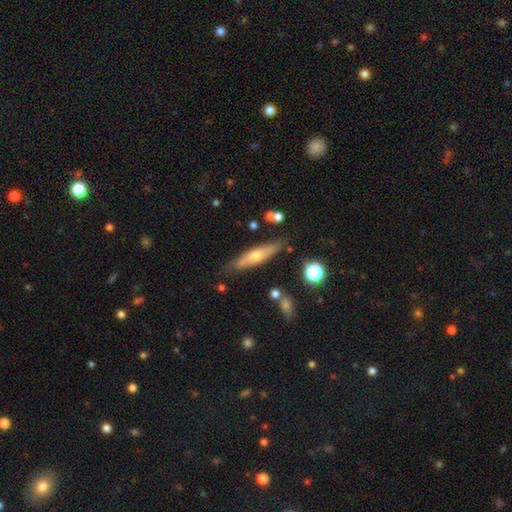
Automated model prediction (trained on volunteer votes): Smooth or featured: featured or disk — 47% (smooth — 46%)
Merging: none — 79% (minor disturbance — 14%)